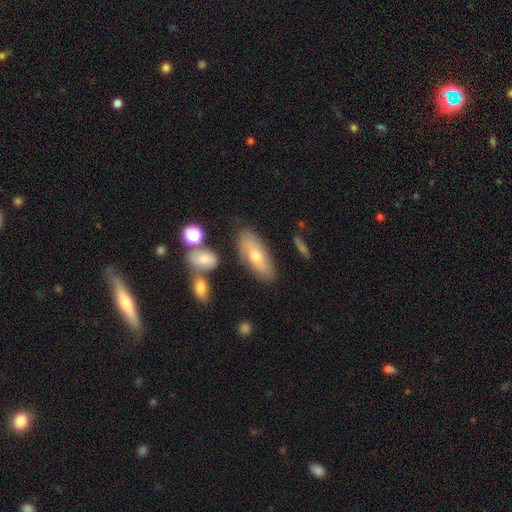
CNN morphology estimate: Overall: smooth (61%; featured or disk 31%). How rounded: in between (77%). Merging: none (75%).